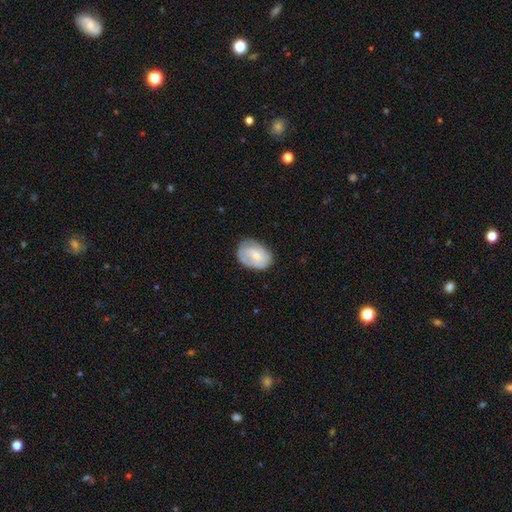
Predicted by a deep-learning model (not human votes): Morphology: type=smooth (58%); roundness=in between (74%); merging=none (65%).